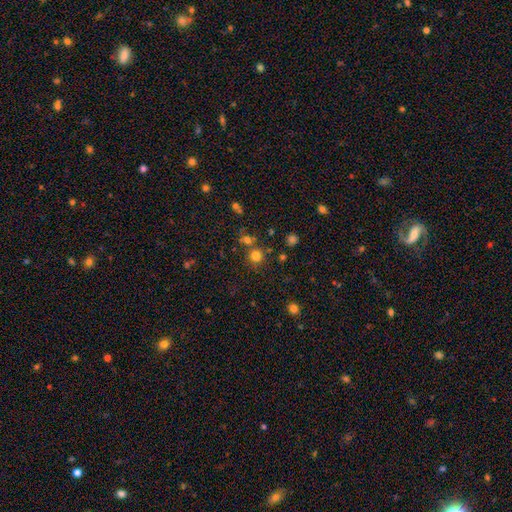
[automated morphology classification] The model was most divided on "smooth or featured": smooth: 75%, star or artifact: 18%, featured or disk: 6%. More confident: how rounded — round (93%); merging — none (74%).